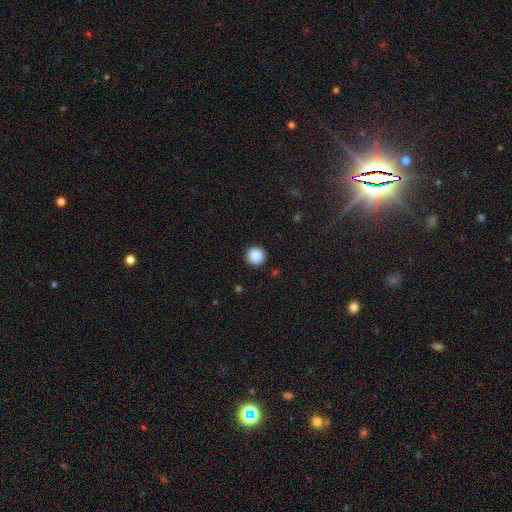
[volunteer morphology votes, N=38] Smooth or featured? smooth (92%)
How rounded? round (100%)
Merging? none (92%)